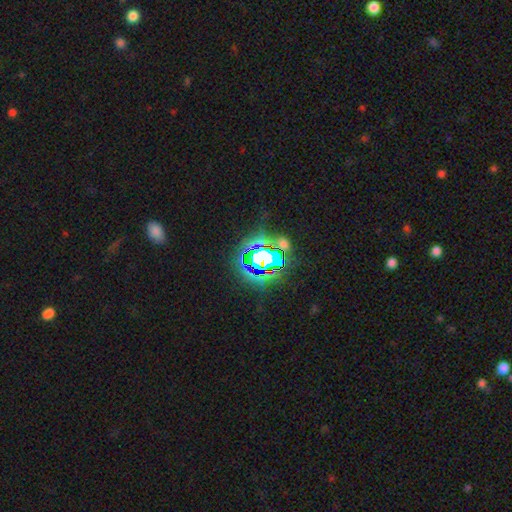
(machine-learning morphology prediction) Overall: star or artifact (73%).